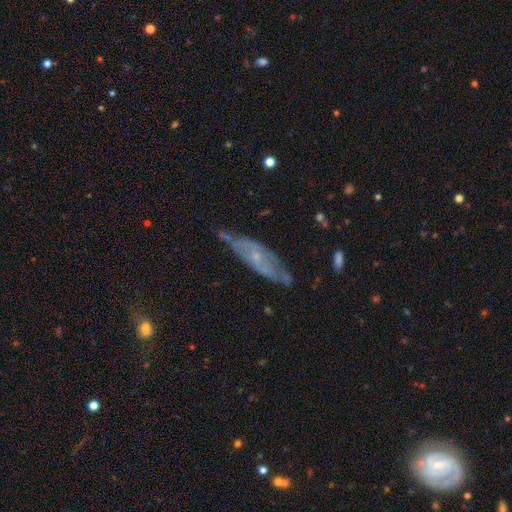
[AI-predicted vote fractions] featured or disk 66%, smooth 26%, star or artifact 7%. Down the decision tree: edge-on disk — no (69%); merging — none (58%).